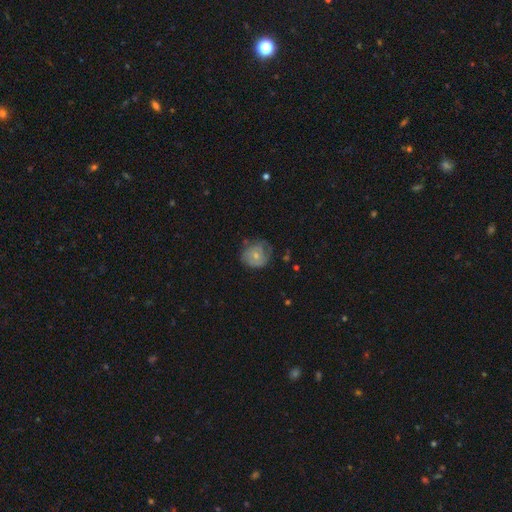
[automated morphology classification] Smooth or featured?
  - smooth: 54% *
  - featured or disk: 38%
  - star or artifact: 8%
How rounded?
  - round: 77% *
  - in between: 22%
  - cigar-shaped: 1%
Merging?
  - none: 52% *
  - minor disturbance: 31%
  - major disturbance: 16%
  - merger: 2%